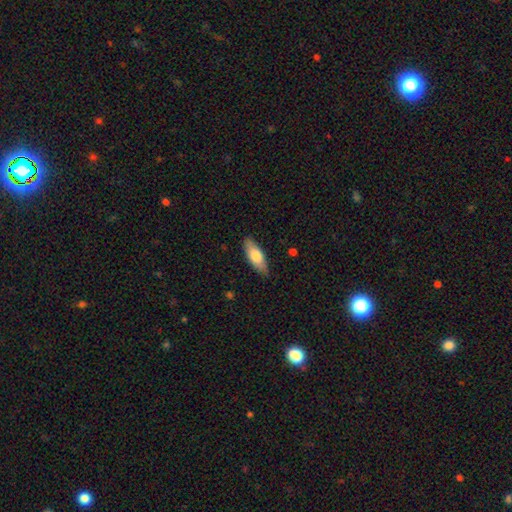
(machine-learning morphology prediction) Q: Smooth or featured?
A: smooth (76%); runner-up: featured or disk (18%)
Q: How rounded?
A: in between (68%); runner-up: cigar-shaped (30%)
Q: Merging?
A: none (85%); runner-up: minor disturbance (12%)